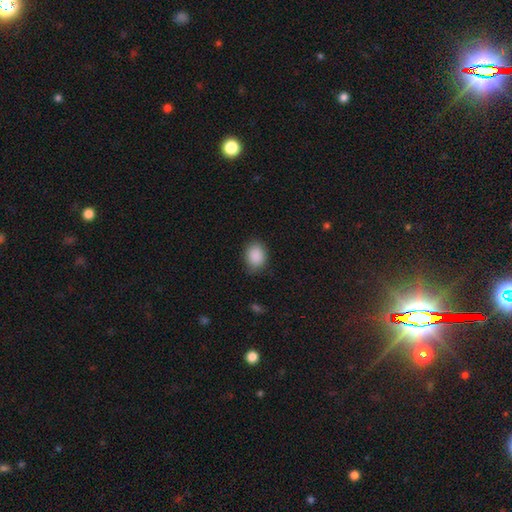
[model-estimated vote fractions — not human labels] smooth-or-featured: smooth: 89% | star or artifact: 8% | featured or disk: 3%
  how-rounded: in between: 58% | round: 41% | cigar-shaped: 1%
  merging: none: 81% | minor disturbance: 14% | major disturbance: 3% | merger: 1%